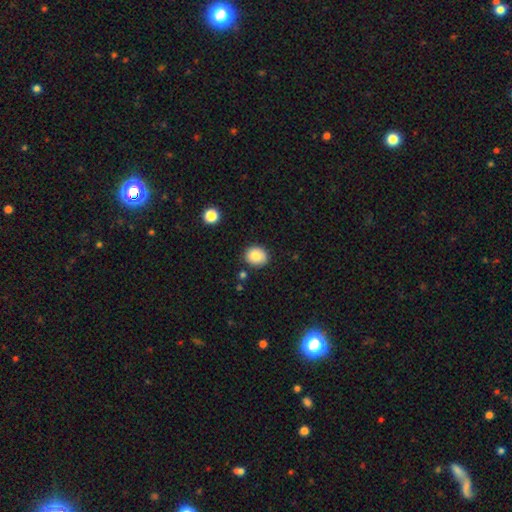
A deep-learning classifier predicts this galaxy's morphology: A smooth galaxy with no disk features (84%) that is round (75%).

Vote fractions:
- Smooth or featured? smooth: 84% / star or artifact: 9% / featured or disk: 7%
- How rounded? round: 75% / in between: 24% / cigar-shaped: 1%
- Merging? none: 85% / minor disturbance: 10% / merger: 3% / major disturbance: 2%